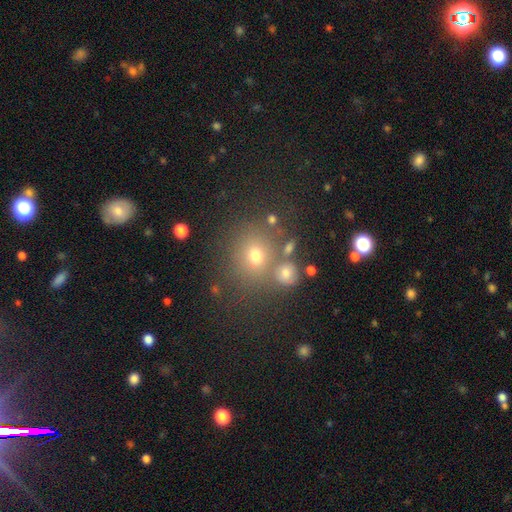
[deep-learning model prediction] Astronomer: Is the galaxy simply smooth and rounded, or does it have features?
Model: smooth — 69%.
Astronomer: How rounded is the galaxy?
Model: round — 73%.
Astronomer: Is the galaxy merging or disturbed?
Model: none — 65%.